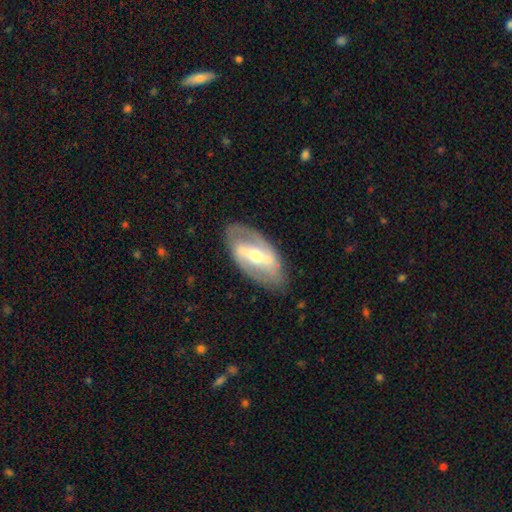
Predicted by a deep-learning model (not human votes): A featured or disk galaxy (80%) with a strong bar (61%), 2 (83%) medium (41%) spiral arms (77%) and a moderate central bulge (59%).

Vote fractions:
- Smooth or featured? featured or disk: 80% / smooth: 14% / star or artifact: 5%
- Edge-on disk? no: 91% / yes: 9%
- Bar? strong: 61% / weak: 28% / no: 11%
- Spiral arms? yes: 77% / no: 23%
- Spiral winding? medium: 41% / tight: 33% / loose: 27%
- Spiral arm count? 2: 83% / can't tell: 11% / 1: 3% / 3: 1% / 4: 1% / more than 4: 1%
- Bulge size? moderate: 59% / small: 35% / large: 4% / none: 1% / dominant: 1%
- Merging? none: 81% / minor disturbance: 13% / major disturbance: 4% / merger: 1%